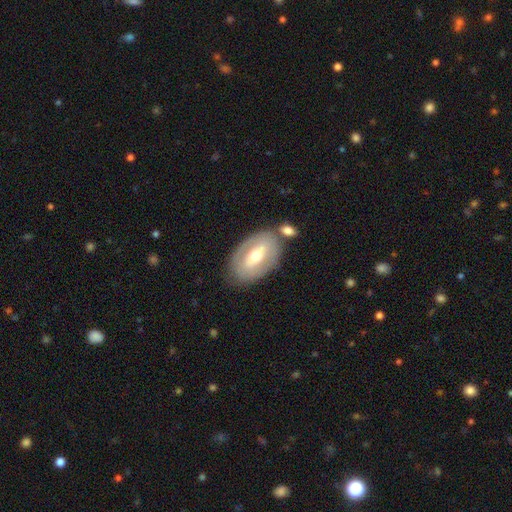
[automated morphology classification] A featured or disk galaxy (62%) with a strong bar (43%), no spiral arms (65%) and a moderate central bulge (71%). Merging: none (69%).